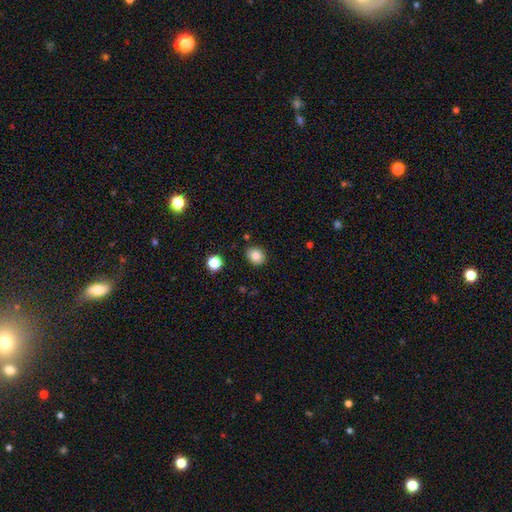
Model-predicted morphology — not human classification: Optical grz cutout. It shows a smooth galaxy with no disk features (82%) that is round (68%). Merging: none (87%).